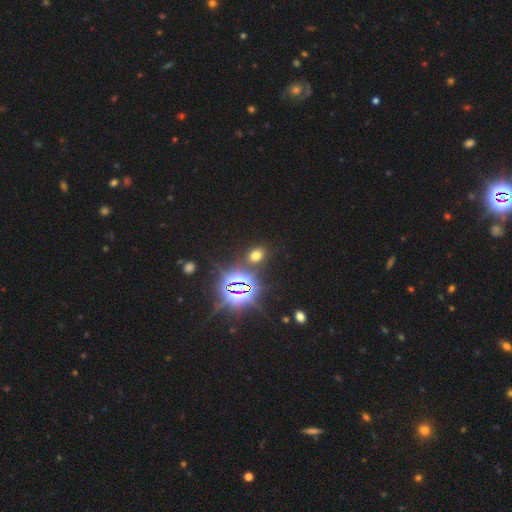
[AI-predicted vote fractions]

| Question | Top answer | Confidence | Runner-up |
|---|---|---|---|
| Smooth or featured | smooth | 51% | star or artifact (42%) |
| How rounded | in between | 54% | round (44%) |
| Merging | none | 85% | minor disturbance (8%) |